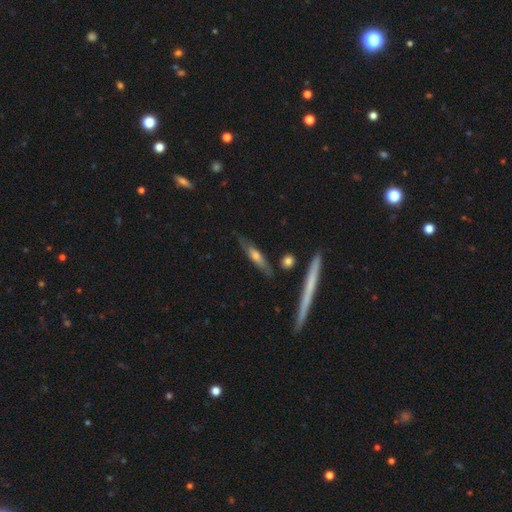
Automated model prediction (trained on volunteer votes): Smooth or featured: featured or disk — 54% (smooth — 40%)
Edge-on disk: yes — 85% (no — 15%)
Merging: none — 78% (minor disturbance — 15%)